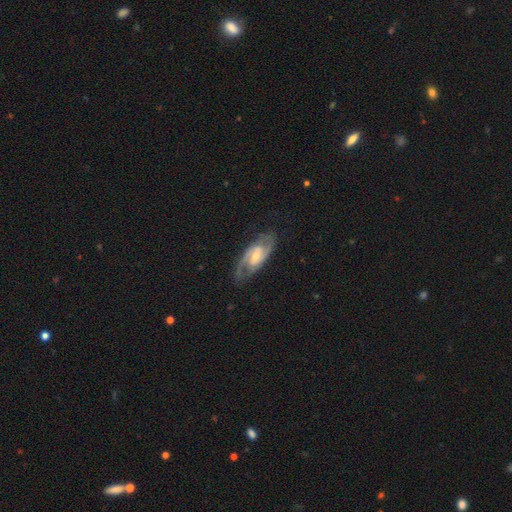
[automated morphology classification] smooth-or-featured: featured or disk: 88% | smooth: 8% | star or artifact: 5%
  disk-edge-on: no: 95% | yes: 5%
    bar: weak: 49% | no: 32% | strong: 19%
    has-spiral-arms: yes: 97% | no: 3%
      spiral-winding: medium: 54% | tight: 32% | loose: 14%
      spiral-arm-count: 2: 86% | can't tell: 5% | 3: 4% | 1: 2% | 4: 1% | more than 4: 1%
    bulge-size: small: 49% | moderate: 45% | large: 3% | none: 2% | dominant: 1%
  merging: none: 77% | minor disturbance: 15% | major disturbance: 6% | merger: 1%